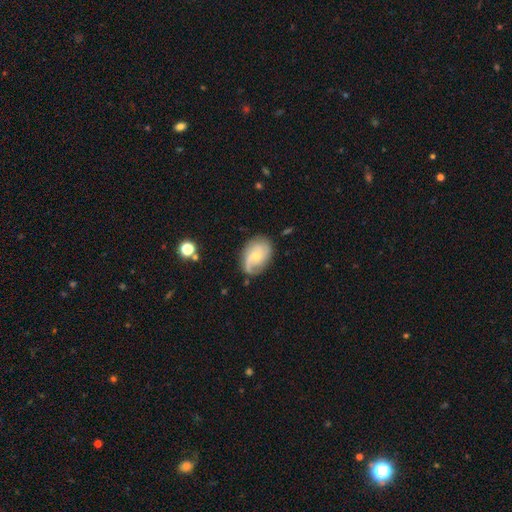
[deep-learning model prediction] The model was most divided on "spiral winding": medium: 42%, tight: 33%, loose: 26%. Remaining: edge-on disk — no (97%); spiral arms — yes (92%); smooth or featured — featured or disk (73%); merging — none (69%); bar — no (68%); bulge size — small (64%); spiral arm count — 2 (47%).